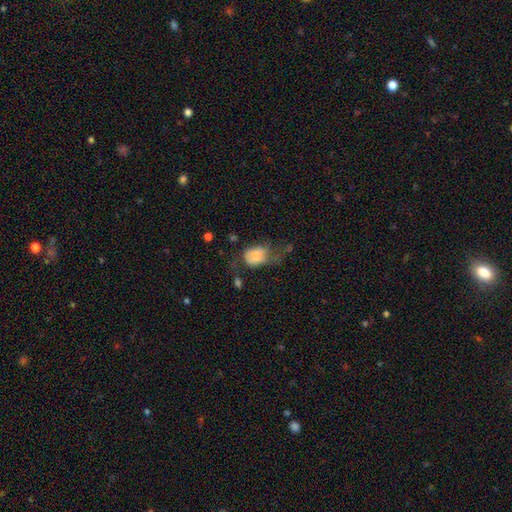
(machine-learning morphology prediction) type=smooth (72%); roundness=in between (71%); merging=major disturbance (43%).